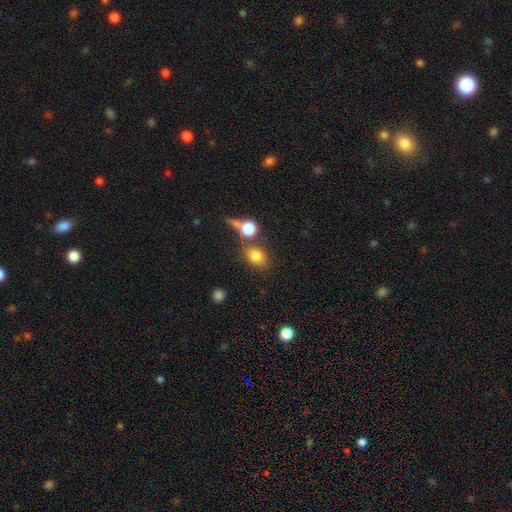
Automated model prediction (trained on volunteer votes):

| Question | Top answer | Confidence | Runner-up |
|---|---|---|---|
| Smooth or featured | smooth | 78% | star or artifact (12%) |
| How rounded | in between | 56% | round (42%) |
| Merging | none | 60% | merger (22%) |